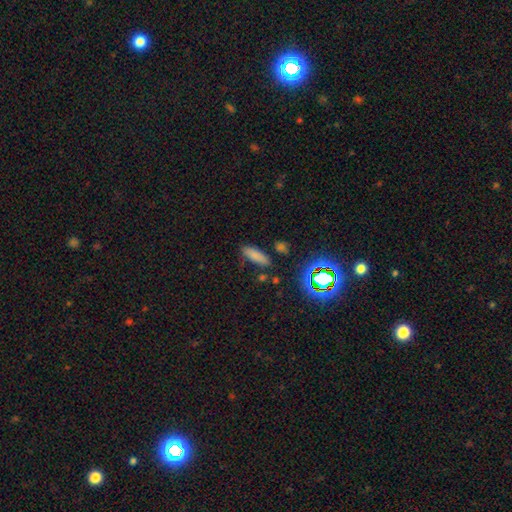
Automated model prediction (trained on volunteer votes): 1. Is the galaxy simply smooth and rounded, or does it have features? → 76% smooth, 15% star or artifact, 8% featured or disk.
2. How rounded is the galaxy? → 50% in between, 47% cigar-shaped, 3% round.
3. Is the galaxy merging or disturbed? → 80% none, 13% minor disturbance, 4% merger, 3% major disturbance.